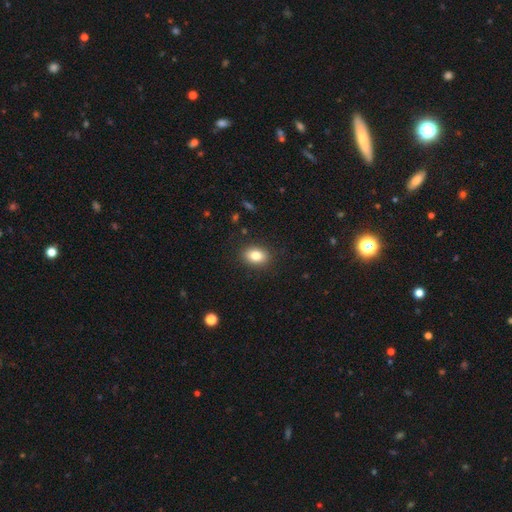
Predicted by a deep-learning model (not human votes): This is clearly a smooth galaxy (82%). How rounded: likely in between (75%). Merging: clearly none (88%).